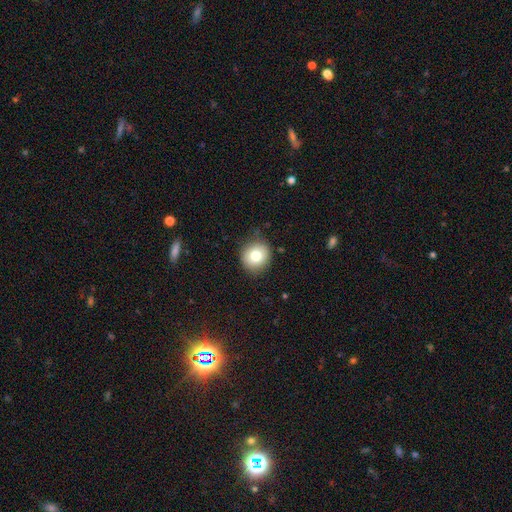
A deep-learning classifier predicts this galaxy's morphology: This appears to be a smooth galaxy with no disk features (77%) that is round (89%). Merging: none (86%).